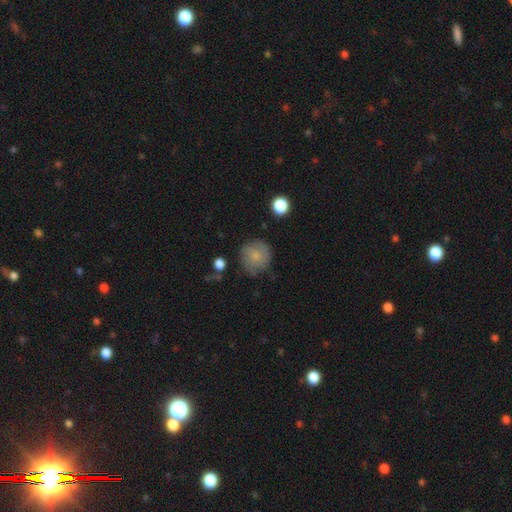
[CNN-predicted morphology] A smooth galaxy with no disk features (74%) that is round (92%).

Vote fractions:
- Smooth or featured? smooth: 74% / featured or disk: 17% / star or artifact: 8%
- How rounded? round: 92% / in between: 7% / cigar-shaped: 1%
- Merging? none: 72% / minor disturbance: 20% / major disturbance: 6% / merger: 2%